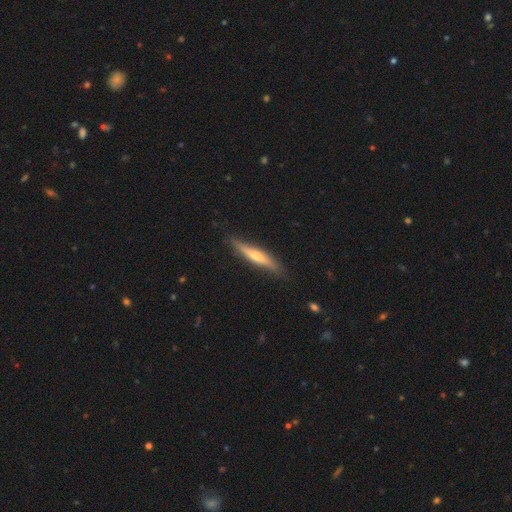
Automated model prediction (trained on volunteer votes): A featured or disk galaxy (50%).

Vote fractions:
- Smooth or featured? featured or disk: 50% / smooth: 45% / star or artifact: 5%
- Merging? none: 84% / minor disturbance: 13% / major disturbance: 2% / merger: 1%